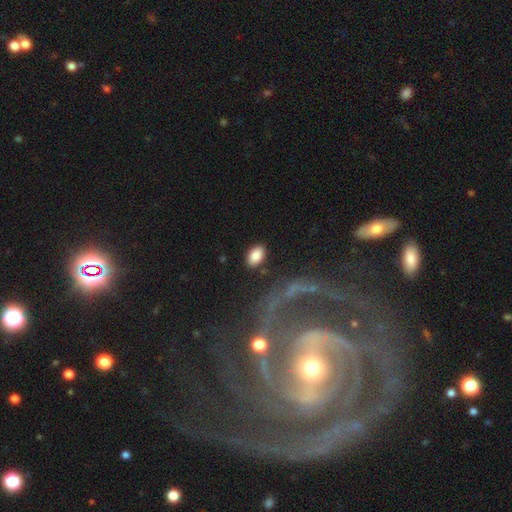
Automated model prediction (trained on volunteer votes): This is clearly a smooth galaxy (86%). How rounded: clearly in between (90%). Merging: clearly none (84%).